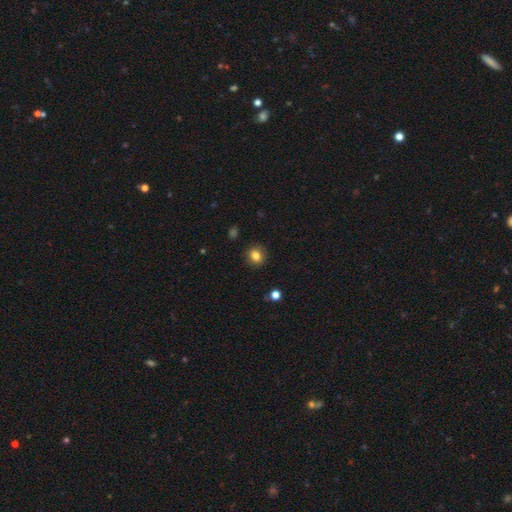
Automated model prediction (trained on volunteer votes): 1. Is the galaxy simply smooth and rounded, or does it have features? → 83% smooth, 11% star or artifact, 6% featured or disk.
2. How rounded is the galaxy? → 76% round, 23% in between, 1% cigar-shaped.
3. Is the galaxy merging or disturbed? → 89% none, 7% minor disturbance, 2% major disturbance, 1% merger.